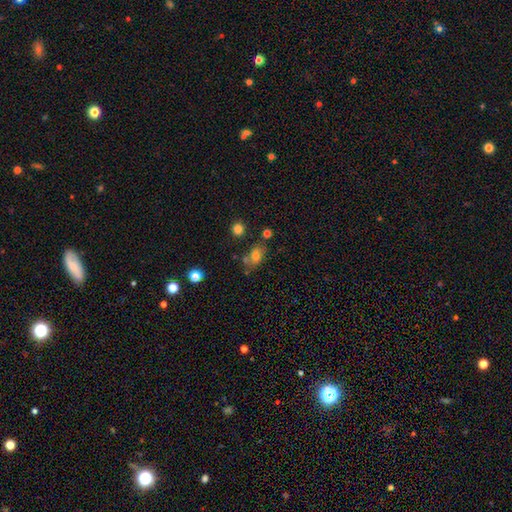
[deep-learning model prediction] This is likely a smooth galaxy (73%). How rounded: likely in between (75%). Merging: likely none (62%).